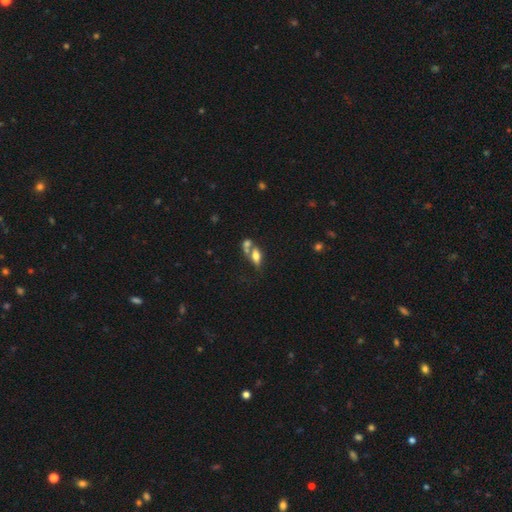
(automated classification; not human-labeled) Smooth or featured? Predicted: smooth (p=0.61). How rounded? Predicted: in between (p=0.77). Merging? Predicted: merger (p=0.47).